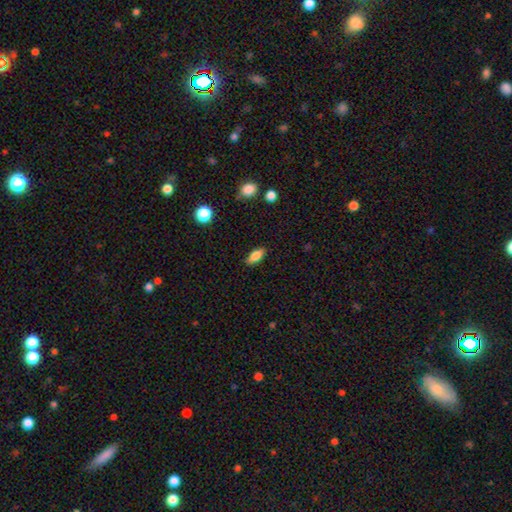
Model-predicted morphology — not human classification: smooth 82%, featured or disk 10%, star or artifact 8%. Down the decision tree: how rounded — in between (82%); merging — none (86%).